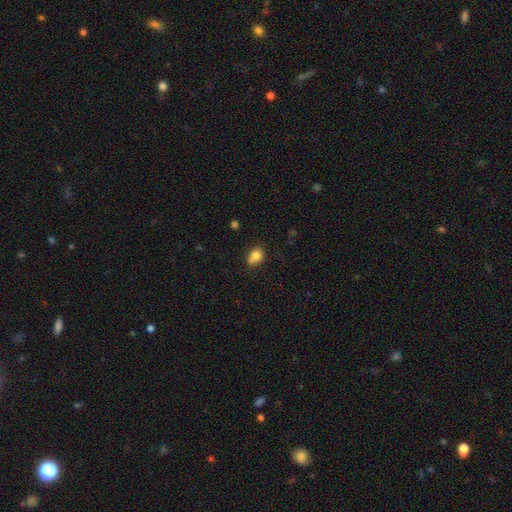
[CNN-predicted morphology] A smooth galaxy with no disk features (79%) that is in between round and cigar-shaped (50%).

Vote fractions:
- Smooth or featured? smooth: 79% / star or artifact: 11% / featured or disk: 10%
- How rounded? in between: 50% / round: 49% / cigar-shaped: 1%
- Merging? none: 51% / minor disturbance: 22% / merger: 20% / major disturbance: 6%